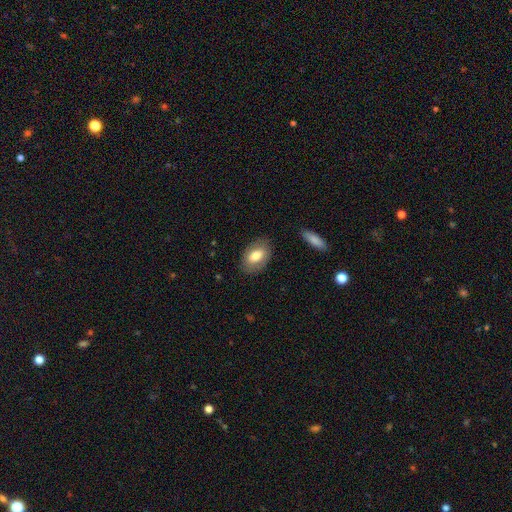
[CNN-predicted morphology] A smooth galaxy with no disk features (75%) that is in between round and cigar-shaped (90%). Merging: none (83%).